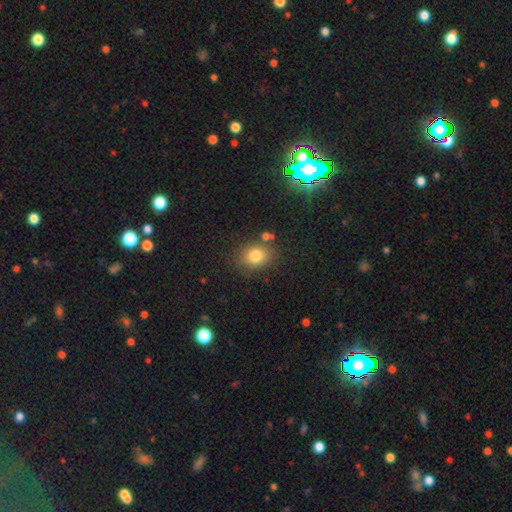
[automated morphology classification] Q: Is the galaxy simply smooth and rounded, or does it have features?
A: smooth — 80%.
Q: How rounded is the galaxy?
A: round — 54%.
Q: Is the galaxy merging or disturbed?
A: none — 77%.